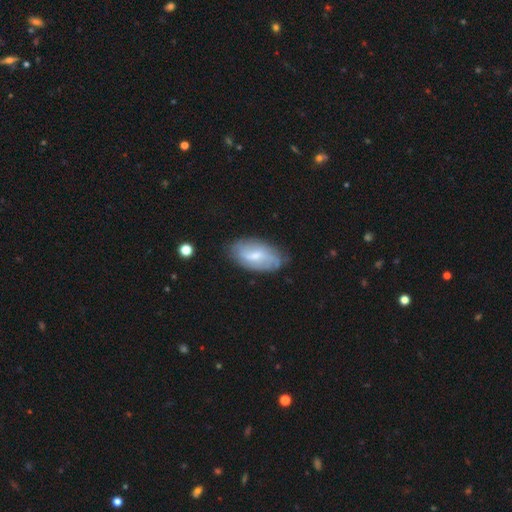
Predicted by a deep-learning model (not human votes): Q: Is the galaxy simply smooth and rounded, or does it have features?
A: featured or disk — 57%.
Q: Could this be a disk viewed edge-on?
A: no — 94%.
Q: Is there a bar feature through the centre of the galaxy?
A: weak — 57%.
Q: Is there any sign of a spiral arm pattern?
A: yes — 79%.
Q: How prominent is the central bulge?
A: small — 49%.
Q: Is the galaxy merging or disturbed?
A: none — 70%.